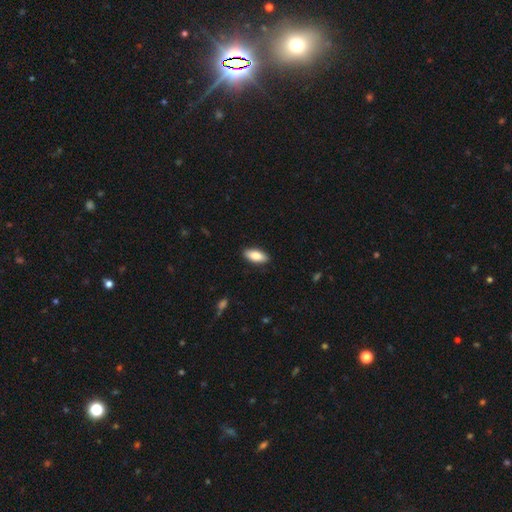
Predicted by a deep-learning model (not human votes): smooth 84%, featured or disk 10%, star or artifact 6%. Down the decision tree: how rounded — in between (85%); merging — none (89%).